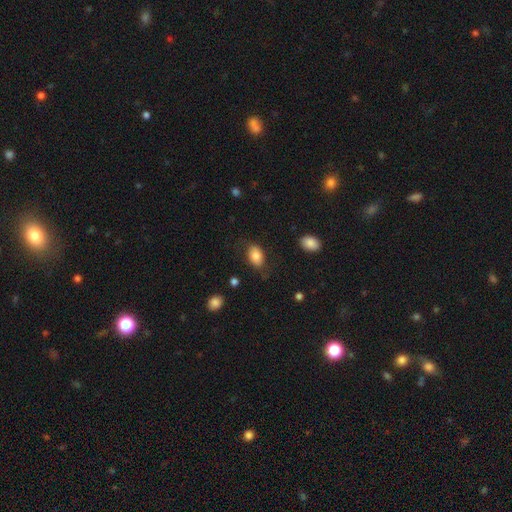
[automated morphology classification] The model was most divided on "merging": none: 74%, minor disturbance: 18%, major disturbance: 7%, merger: 2%. More confident: how rounded — in between (88%); smooth or featured — smooth (82%).